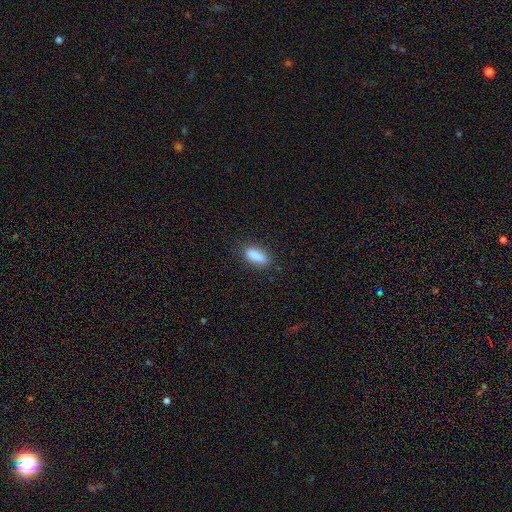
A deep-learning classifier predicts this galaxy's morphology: smooth-or-featured: smooth: 85% | star or artifact: 8% | featured or disk: 7%
  how-rounded: in between: 59% | cigar-shaped: 38% | round: 3%
  merging: none: 81% | minor disturbance: 14% | major disturbance: 4% | merger: 1%